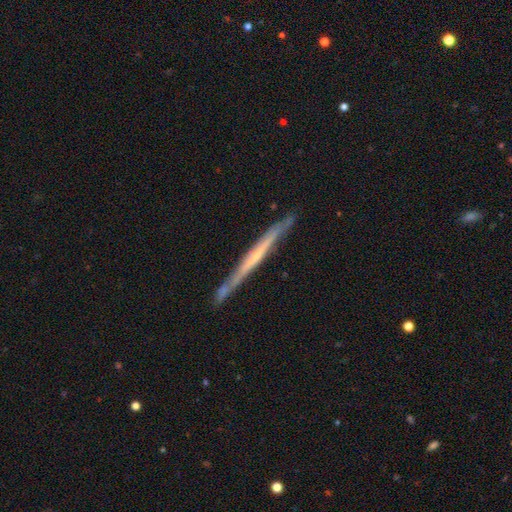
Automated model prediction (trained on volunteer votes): The model was most divided on "smooth or featured": featured or disk: 69%, smooth: 25%, star or artifact: 6%. More confident: edge-on disk — yes (95%); merging — none (81%); edge-on bulge — none (70%).